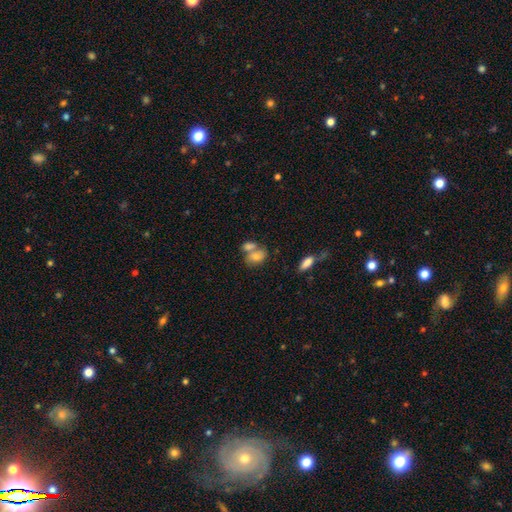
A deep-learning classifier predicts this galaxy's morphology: Q: Smooth or featured?
A: smooth (75%); runner-up: featured or disk (16%)
Q: How rounded?
A: in between (78%); runner-up: round (19%)
Q: Merging?
A: merger (53%); runner-up: none (31%)